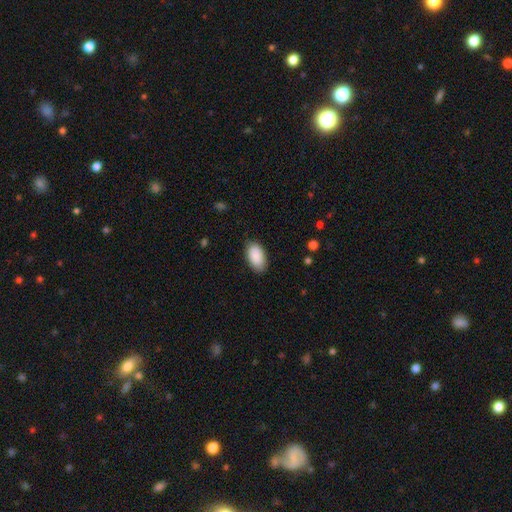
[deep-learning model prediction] Smooth or featured?
  - smooth: 90% *
  - star or artifact: 6%
  - featured or disk: 4%
How rounded?
  - in between: 95% *
  - round: 3%
  - cigar-shaped: 2%
Merging?
  - none: 83% *
  - minor disturbance: 13%
  - major disturbance: 3%
  - merger: 1%